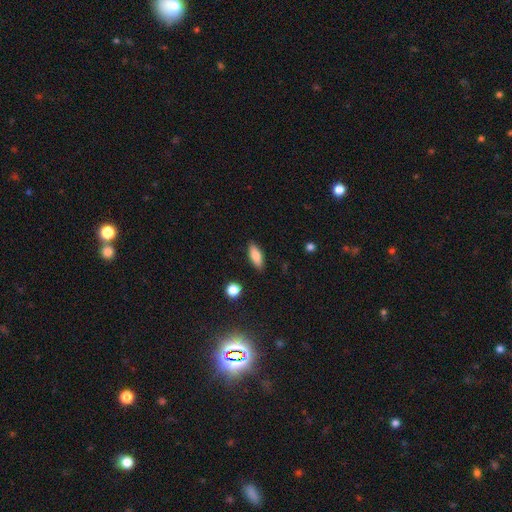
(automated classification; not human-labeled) Smooth or featured?
  - smooth: 82% *
  - featured or disk: 11%
  - star or artifact: 7%
How rounded?
  - in between: 70% *
  - cigar-shaped: 27%
  - round: 3%
Merging?
  - none: 87% *
  - minor disturbance: 10%
  - major disturbance: 2%
  - merger: 1%